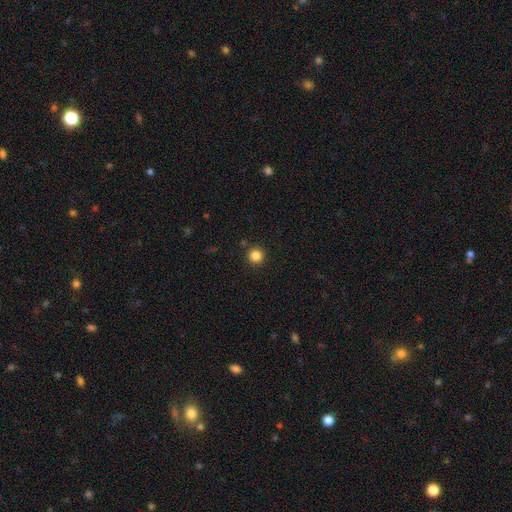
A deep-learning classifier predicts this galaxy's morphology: smooth_or_featured: smooth (p=0.85) [alt: star or artifact p=0.12]
how_rounded: round (p=0.96) [alt: in between p=0.04]
merging: none (p=0.91) [alt: minor disturbance p=0.05]